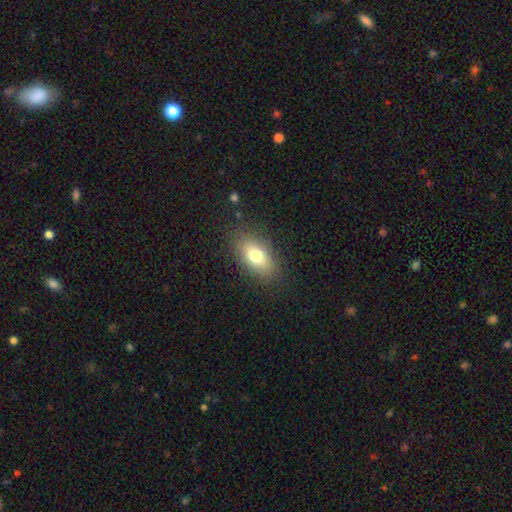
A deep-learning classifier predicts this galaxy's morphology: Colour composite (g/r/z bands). It shows a smooth galaxy with no disk features (75%) that is in between round and cigar-shaped (86%). Merging: none (84%).